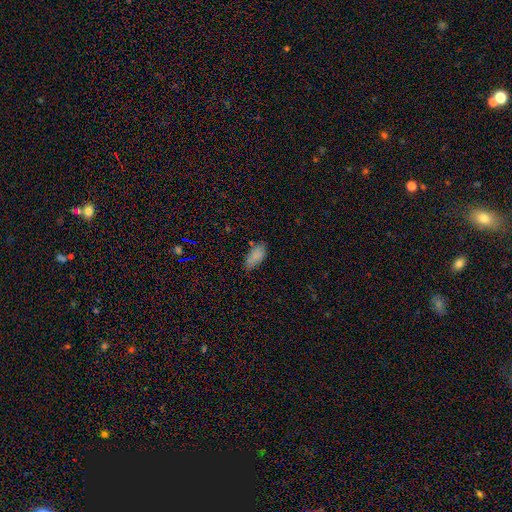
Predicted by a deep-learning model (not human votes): A smooth galaxy with no disk features (80%) that is in between round and cigar-shaped (91%). Merging: none (70%).